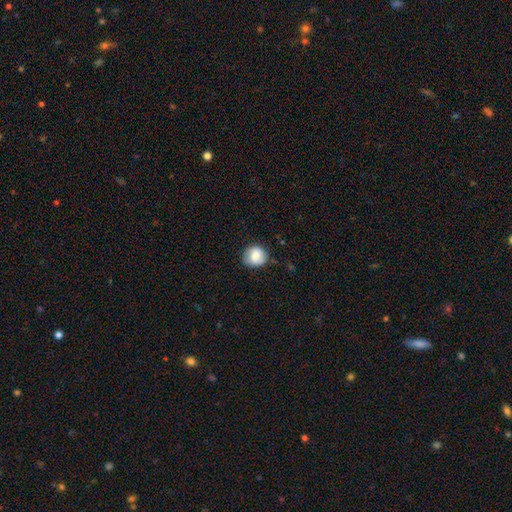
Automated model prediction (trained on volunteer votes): A smooth galaxy with no disk features (80%) that is round (80%).

Vote fractions:
- Smooth or featured? smooth: 80% / featured or disk: 12% / star or artifact: 8%
- How rounded? round: 80% / in between: 19% / cigar-shaped: 1%
- Merging? none: 74% / minor disturbance: 20% / major disturbance: 4% / merger: 2%